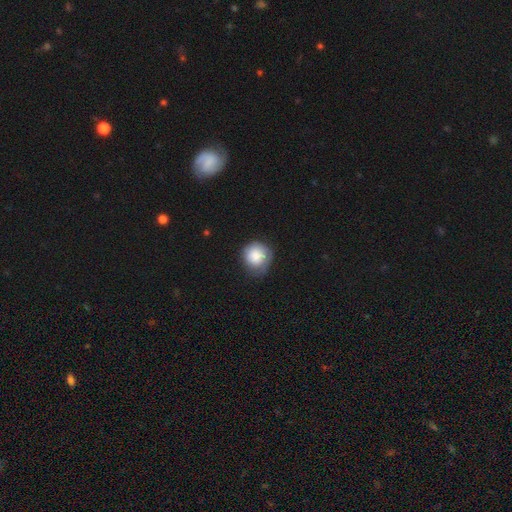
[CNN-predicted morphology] type=smooth (82%); roundness=round (90%); merging=none (62%).